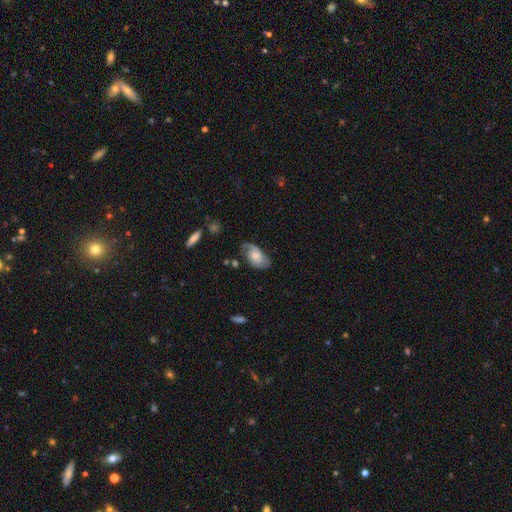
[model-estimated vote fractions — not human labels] Smooth or featured: smooth — 49% (featured or disk — 44%)
Merging: none — 52% (minor disturbance — 31%)